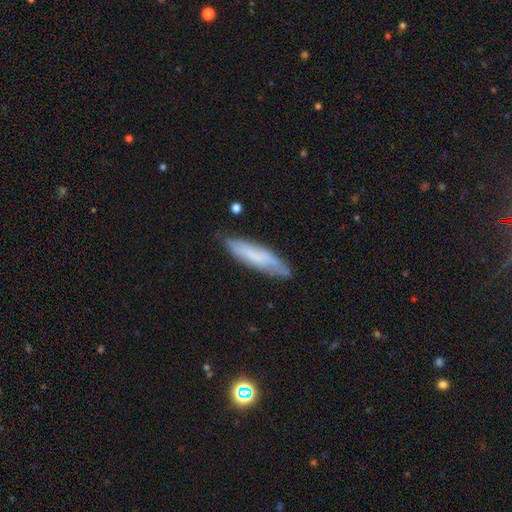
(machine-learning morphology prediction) This is likely a smooth galaxy (61%). How rounded: likely cigar-shaped (74%). Merging: likely none (71%).